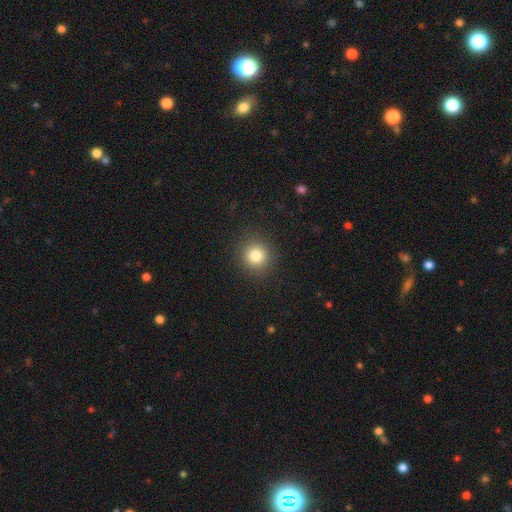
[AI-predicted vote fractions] This appears to be a smooth galaxy with no disk features (82%) that is round (91%). Merging: none (90%).